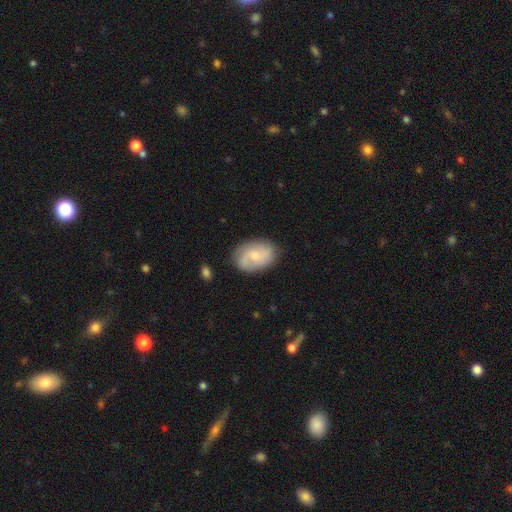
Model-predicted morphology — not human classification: Overall: featured or disk (64%; smooth 30%). Edge-on disk: no (97%). Bar: no (56%; weak 39%). Spiral arms: yes (90%). Spiral arm count: 2 (73%). Spiral winding: medium (44%; loose 33%). Bulge size: small (57%; moderate 35%). Merging: none (78%).